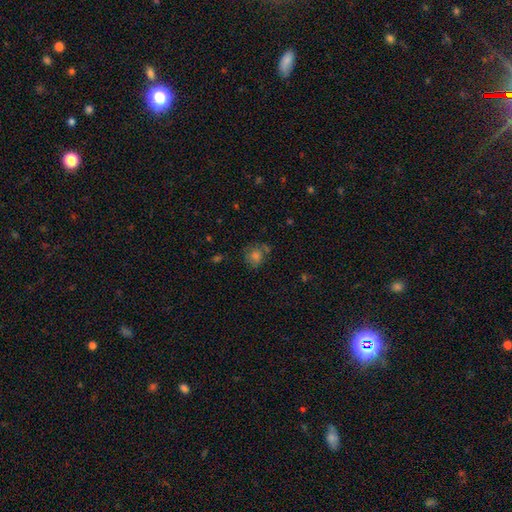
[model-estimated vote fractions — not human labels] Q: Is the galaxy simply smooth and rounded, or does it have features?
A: smooth — 63%.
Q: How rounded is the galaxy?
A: round — 78%.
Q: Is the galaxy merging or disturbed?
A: none — 63%.